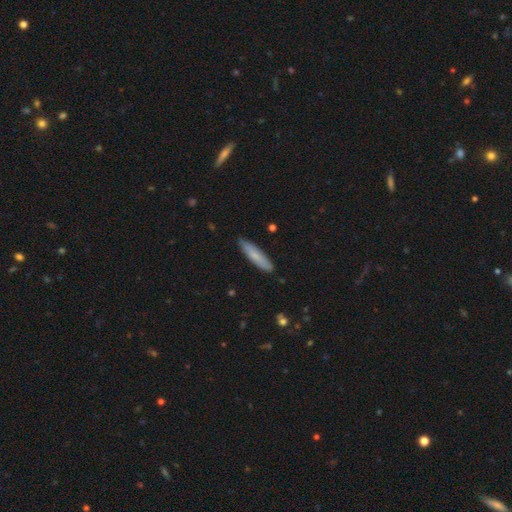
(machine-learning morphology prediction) A smooth galaxy with no disk features (75%) that is cigar-shaped (84%). Merging: none (87%).